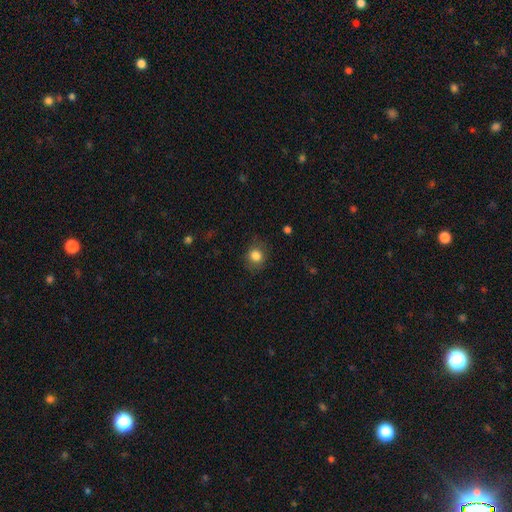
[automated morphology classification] A smooth galaxy with no disk features (83%) that is round (78%). Merging: none (80%).